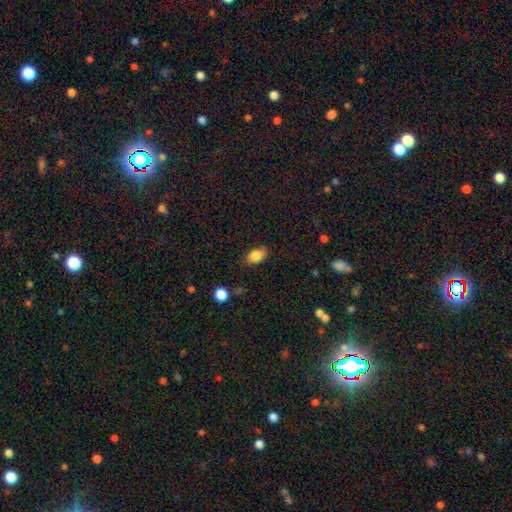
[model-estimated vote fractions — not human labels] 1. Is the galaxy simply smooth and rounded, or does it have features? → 83% smooth, 9% featured or disk, 8% star or artifact.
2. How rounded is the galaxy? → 88% in between, 10% round, 2% cigar-shaped.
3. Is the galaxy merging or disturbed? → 83% none, 13% minor disturbance, 3% major disturbance, 2% merger.